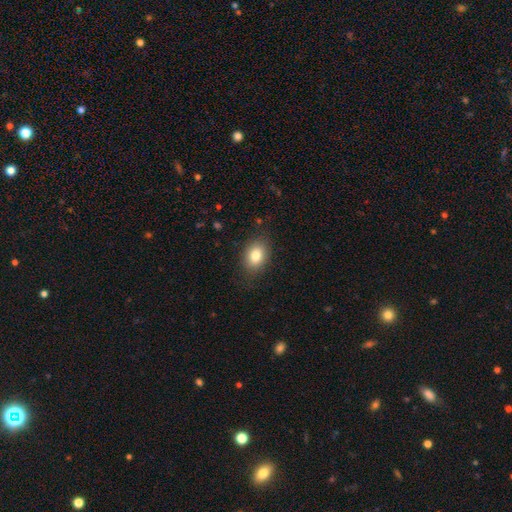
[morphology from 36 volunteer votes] A smooth galaxy with no disk features (81%) that is in between round and cigar-shaped (69%). Merging: none (75%).